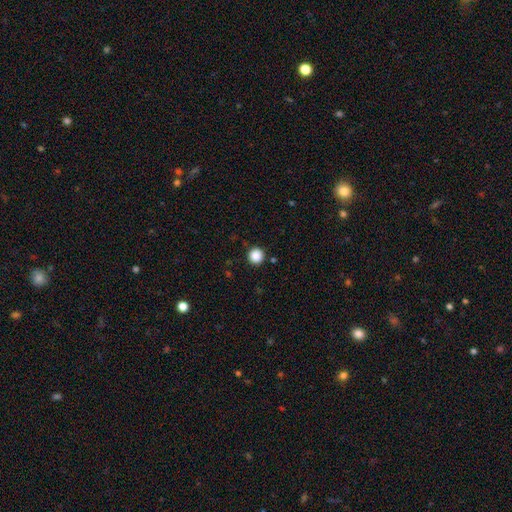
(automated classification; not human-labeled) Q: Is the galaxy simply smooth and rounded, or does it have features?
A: smooth — 87%.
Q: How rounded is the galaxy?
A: round — 95%.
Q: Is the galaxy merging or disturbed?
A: none — 91%.